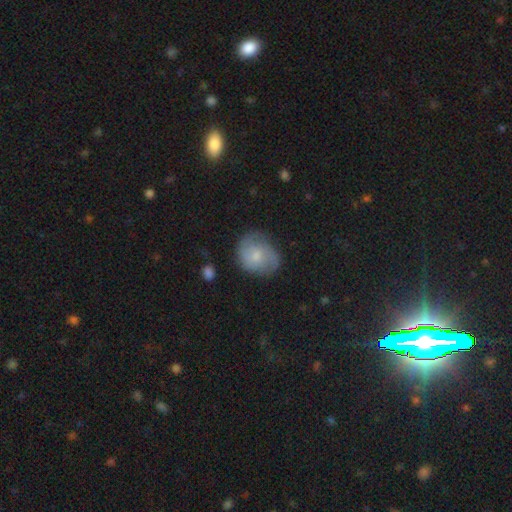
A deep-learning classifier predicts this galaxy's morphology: A smooth galaxy with no disk features (50%) that is round (62%). Merging: none (64%).